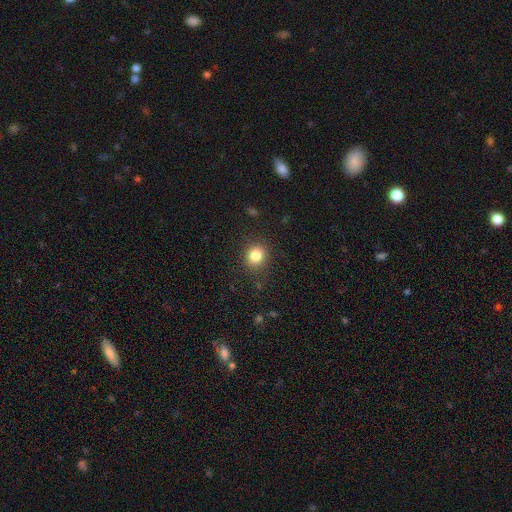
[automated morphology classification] smooth_or_featured: smooth (p=0.82) [alt: star or artifact p=0.12]
how_rounded: round (p=0.81) [alt: in between p=0.18]
merging: none (p=0.89) [alt: minor disturbance p=0.08]